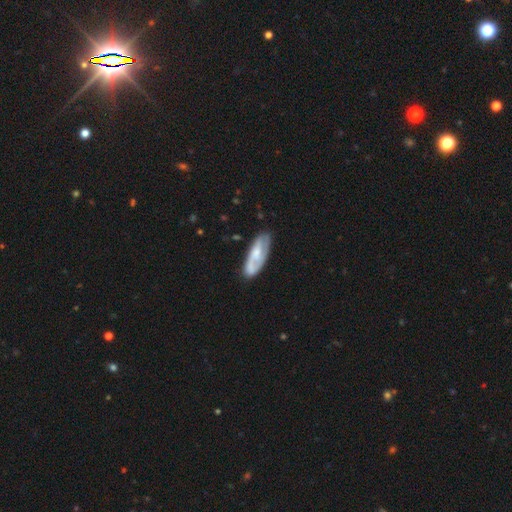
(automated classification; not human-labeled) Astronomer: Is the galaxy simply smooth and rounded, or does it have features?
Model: featured or disk — 58% (runner-up: smooth, 36%).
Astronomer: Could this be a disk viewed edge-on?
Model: no — 85%.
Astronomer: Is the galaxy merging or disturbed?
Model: none — 68%.